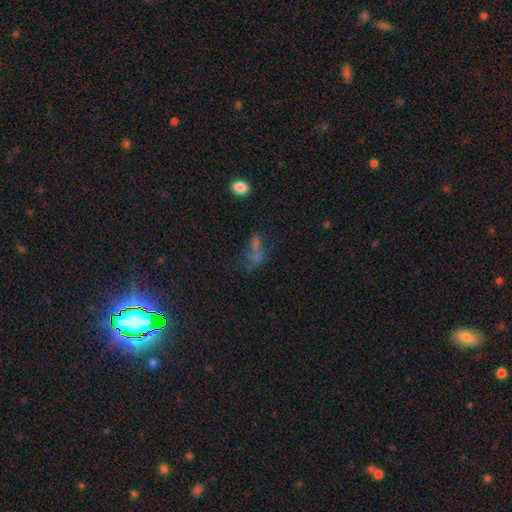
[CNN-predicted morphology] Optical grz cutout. It shows a smooth galaxy with no disk features (40%). Merging: none (44%).